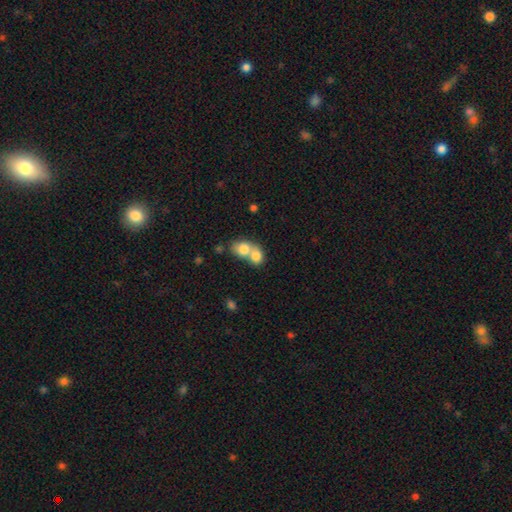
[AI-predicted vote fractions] This is likely a smooth galaxy (77%). How rounded: possibly round (52%). Merging: likely merger (74%).